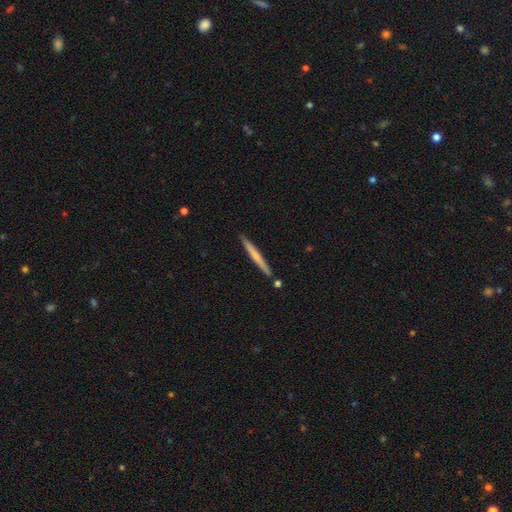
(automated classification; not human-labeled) Overall: smooth (52%; featured or disk 43%). How rounded: cigar-shaped (97%). Merging: none (87%).